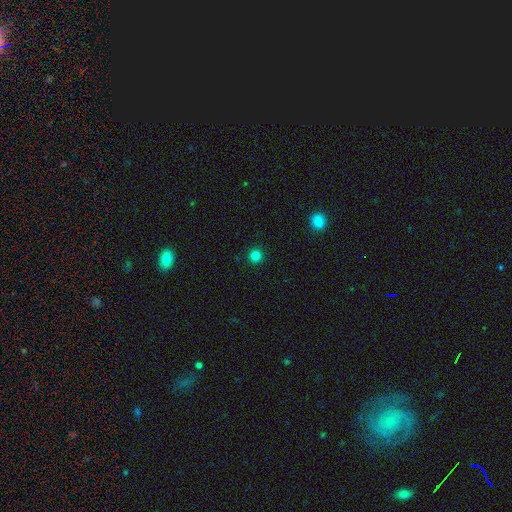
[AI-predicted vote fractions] Morphology: type=smooth (81%); roundness=round (96%); merging=none (93%).